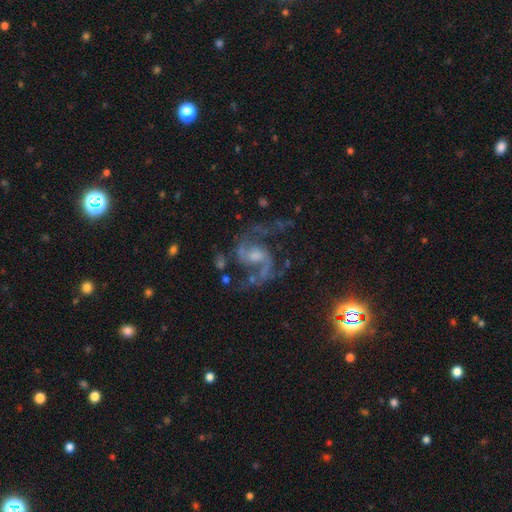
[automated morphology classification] The model was most divided on "bulge size": moderate: 42%, small: 39%, none: 11%, large: 6%, dominant: 1%. Remaining: edge-on disk — no (98%); spiral arms — yes (97%); spiral arm count — 2 (91%); smooth or featured — featured or disk (86%); merging — none (65%); spiral winding — medium (54%); bar — weak (45%).